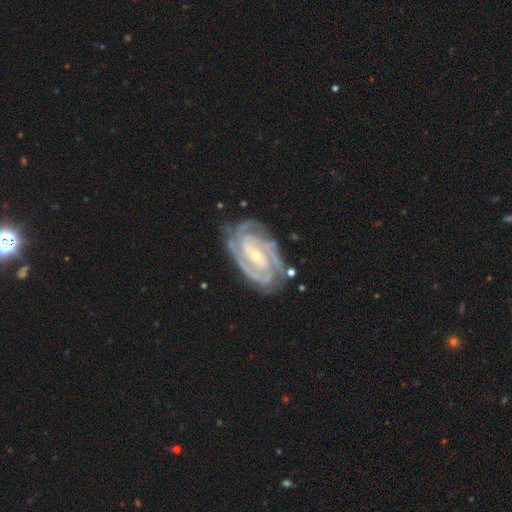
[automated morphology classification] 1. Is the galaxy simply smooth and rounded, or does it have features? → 92% featured or disk, 4% star or artifact, 3% smooth.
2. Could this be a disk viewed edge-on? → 97% no, 3% yes.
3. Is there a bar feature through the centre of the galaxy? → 38% no, 36% weak, 26% strong.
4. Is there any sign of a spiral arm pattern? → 98% yes, 2% no.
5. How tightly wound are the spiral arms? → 71% tight, 26% medium, 3% loose.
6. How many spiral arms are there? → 35% 3, 25% 2, 19% 4, 11% can't tell, 5% more than 4, 5% 1.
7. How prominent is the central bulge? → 69% small, 28% moderate, 1% none, 1% large, 1% dominant.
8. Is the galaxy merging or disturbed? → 75% none, 18% minor disturbance, 6% major disturbance, 2% merger.